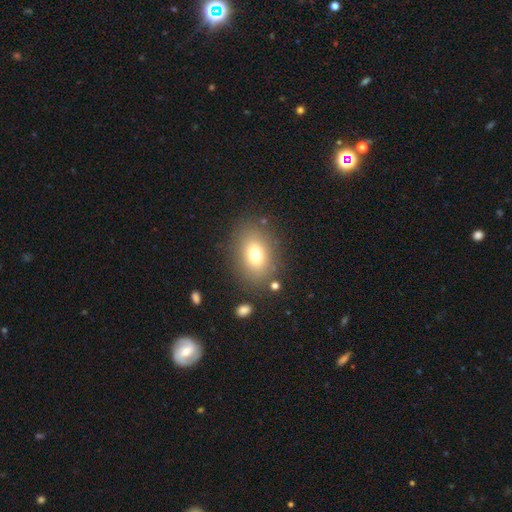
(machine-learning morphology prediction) Smooth or featured?
  - smooth: 73% *
  - featured or disk: 14%
  - star or artifact: 12%
How rounded?
  - in between: 75% *
  - round: 23%
  - cigar-shaped: 1%
Merging?
  - none: 82% *
  - minor disturbance: 10%
  - major disturbance: 4%
  - merger: 3%